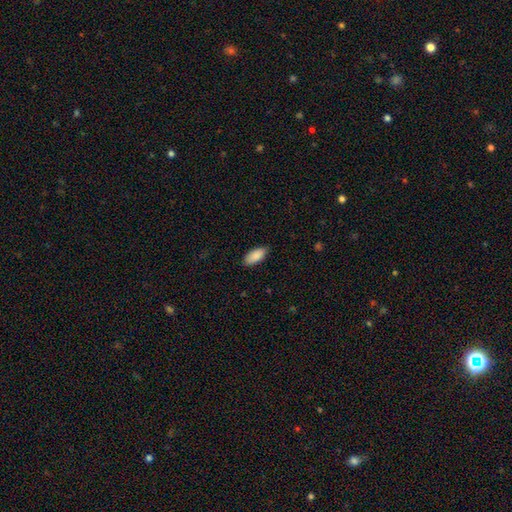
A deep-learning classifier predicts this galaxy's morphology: Q: Smooth or featured?
A: smooth (90%); runner-up: star or artifact (6%)
Q: How rounded?
A: in between (89%); runner-up: cigar-shaped (10%)
Q: Merging?
A: none (85%); runner-up: minor disturbance (12%)